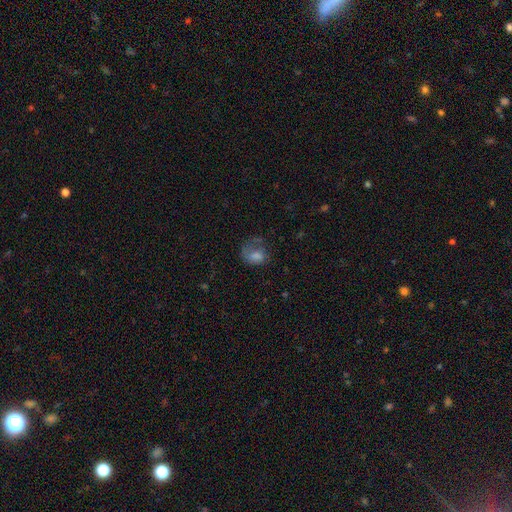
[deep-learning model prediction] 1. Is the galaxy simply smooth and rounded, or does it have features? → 53% smooth, 33% featured or disk, 14% star or artifact.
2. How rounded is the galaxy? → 53% round, 46% in between, 1% cigar-shaped.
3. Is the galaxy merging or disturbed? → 41% major disturbance, 36% none, 21% minor disturbance, 3% merger.